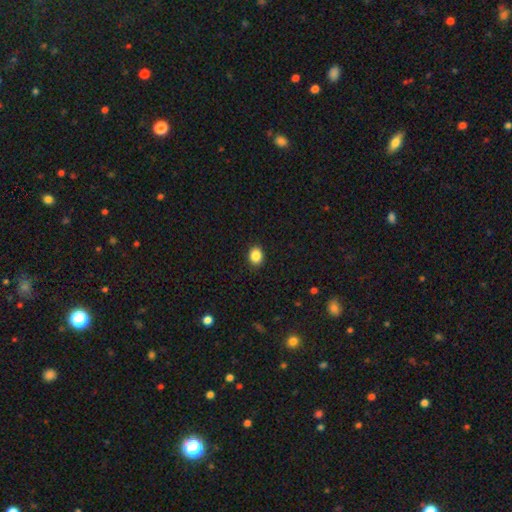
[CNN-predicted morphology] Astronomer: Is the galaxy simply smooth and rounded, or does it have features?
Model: smooth — 87%.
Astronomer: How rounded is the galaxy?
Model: in between — 51% (runner-up: round, 49%).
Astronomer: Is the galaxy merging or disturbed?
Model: none — 90%.